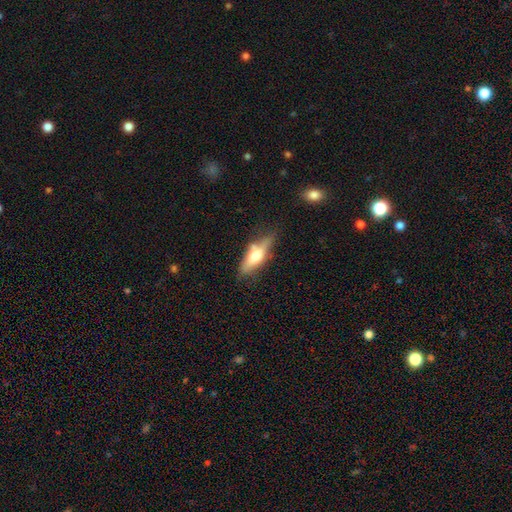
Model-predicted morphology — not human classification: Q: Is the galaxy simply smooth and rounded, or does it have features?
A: smooth — 47%.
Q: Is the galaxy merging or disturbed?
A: none — 62%.